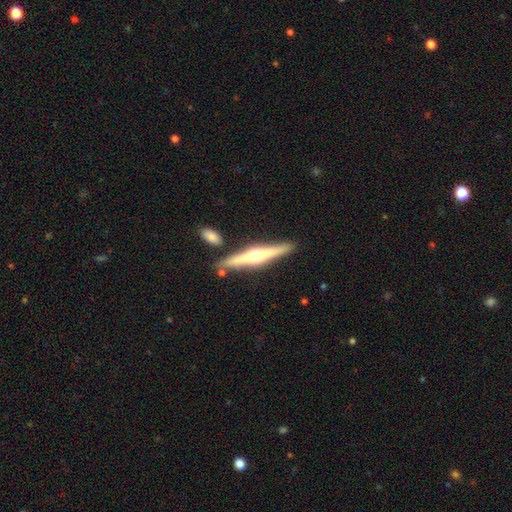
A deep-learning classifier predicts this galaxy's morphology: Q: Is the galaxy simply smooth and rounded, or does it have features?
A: featured or disk — 68%.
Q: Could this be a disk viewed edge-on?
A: yes — 97%.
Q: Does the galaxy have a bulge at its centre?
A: rounded — 90%.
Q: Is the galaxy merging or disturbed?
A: none — 81%.